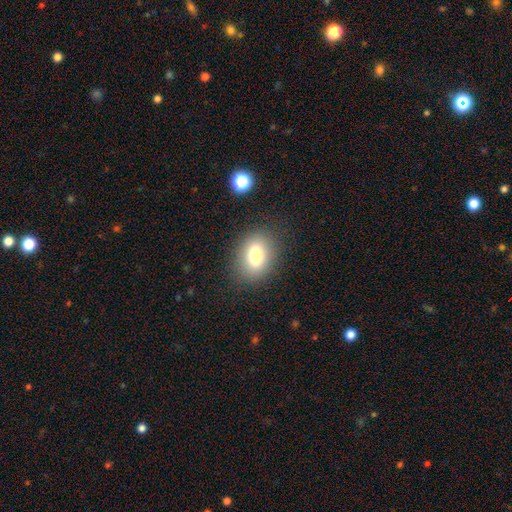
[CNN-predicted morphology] smooth_or_featured: smooth (p=0.77) [alt: featured or disk p=0.12]
how_rounded: in between (p=0.80) [alt: round p=0.17]
merging: none (p=0.82) [alt: minor disturbance p=0.11]